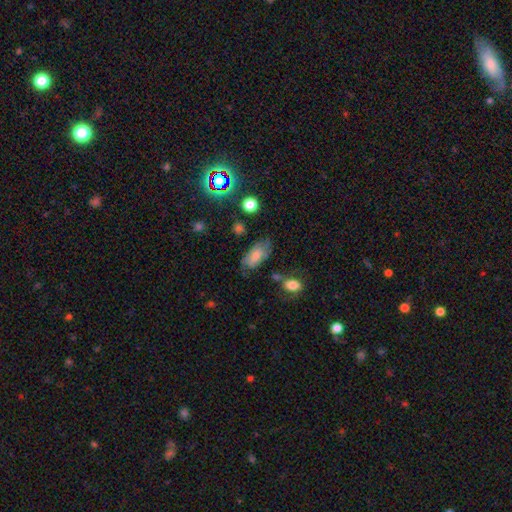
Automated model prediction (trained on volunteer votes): Morphology: type=smooth (65%); roundness=in between (91%); merging=none (60%).